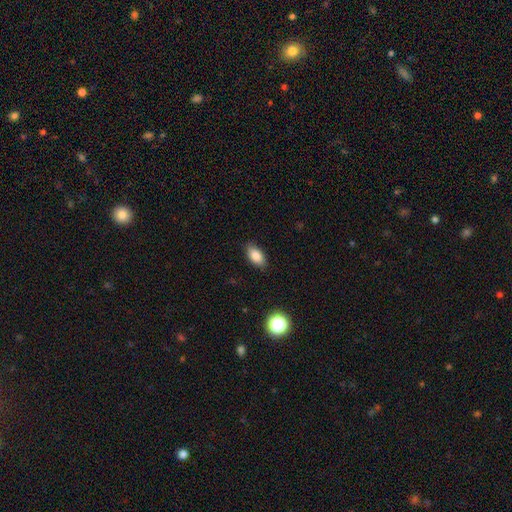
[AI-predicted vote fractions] Overall: smooth (85%). How rounded: in between (91%). Merging: none (86%).